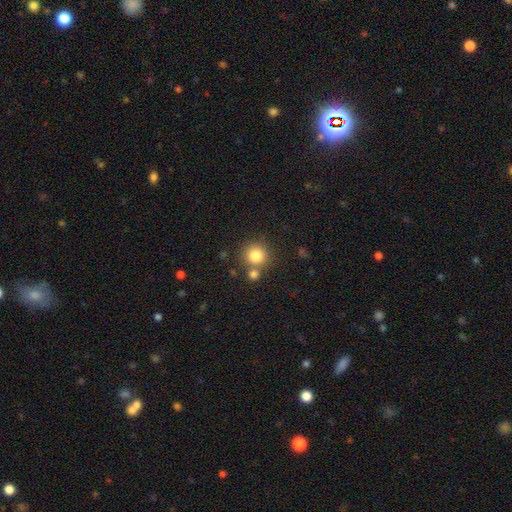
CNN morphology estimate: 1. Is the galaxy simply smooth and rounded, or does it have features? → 82% smooth, 11% star or artifact, 7% featured or disk.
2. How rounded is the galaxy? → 92% round, 7% in between, 1% cigar-shaped.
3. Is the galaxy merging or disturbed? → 70% none, 19% merger, 8% minor disturbance, 3% major disturbance.